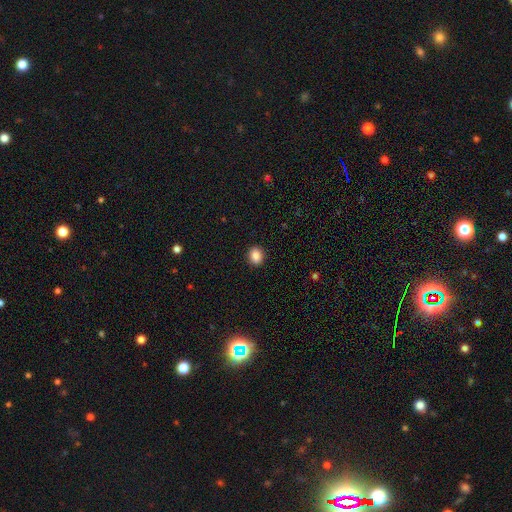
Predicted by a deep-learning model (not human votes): A smooth galaxy with no disk features (87%) that is round (51%). Merging: none (91%).